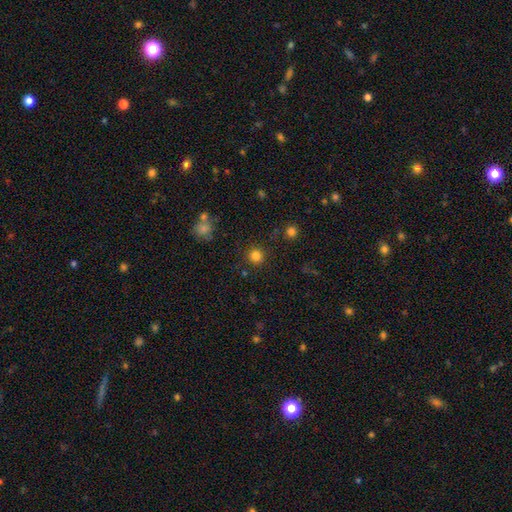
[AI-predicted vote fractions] smooth-or-featured: smooth: 82% | star or artifact: 13% | featured or disk: 5%
  how-rounded: round: 94% | in between: 5% | cigar-shaped: 1%
  merging: none: 90% | minor disturbance: 6% | major disturbance: 2% | merger: 2%